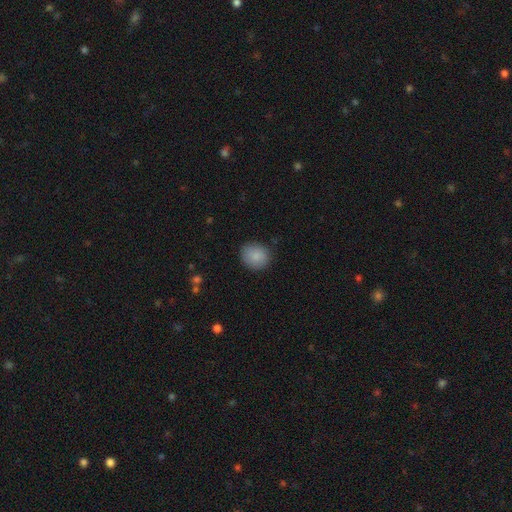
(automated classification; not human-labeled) smooth_or_featured: smooth (p=0.87) [alt: star or artifact p=0.08]
how_rounded: round (p=0.76) [alt: in between p=0.23]
merging: none (p=0.84) [alt: minor disturbance p=0.12]